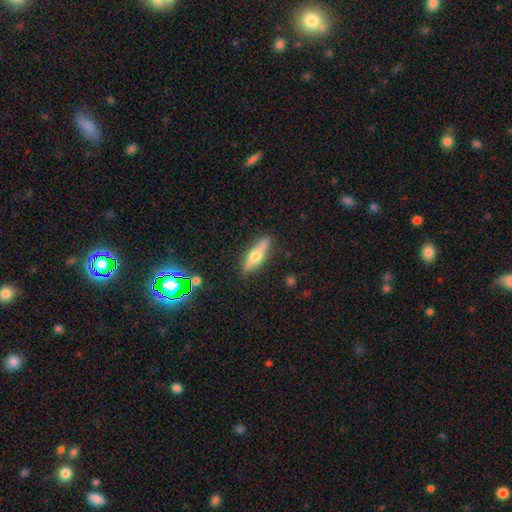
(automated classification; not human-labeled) Q: Smooth or featured?
A: featured or disk (51%); runner-up: smooth (43%)
Q: Edge-on disk?
A: yes (91%); runner-up: no (9%)
Q: Merging?
A: none (85%); runner-up: minor disturbance (10%)